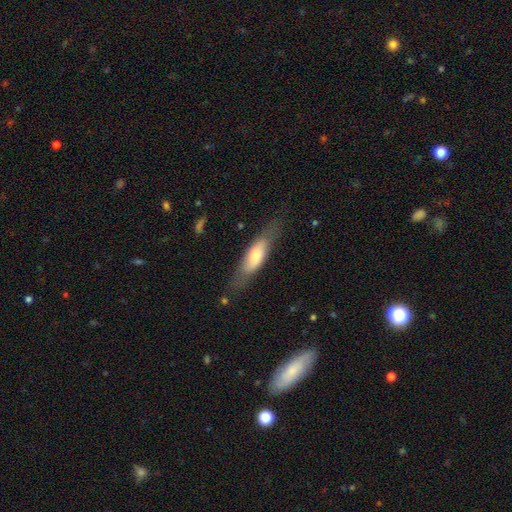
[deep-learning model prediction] smooth-or-featured: smooth: 65% | featured or disk: 29% | star or artifact: 6%
  how-rounded: cigar-shaped: 50% | in between: 48% | round: 2%
  merging: none: 70% | minor disturbance: 20% | major disturbance: 8% | merger: 2%